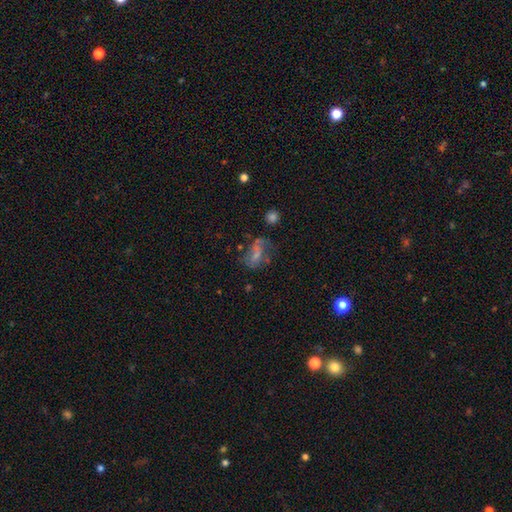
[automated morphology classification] Overall: featured or disk (52%; smooth 29%). Edge-on disk: no (93%). Merging: none (49%; major disturbance 24%).